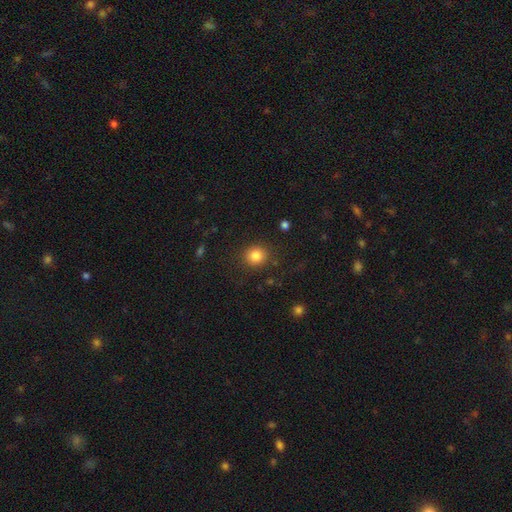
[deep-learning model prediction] A smooth galaxy with no disk features (84%) that is round (86%).

Vote fractions:
- Smooth or featured? smooth: 84% / star or artifact: 11% / featured or disk: 6%
- How rounded? round: 86% / in between: 13% / cigar-shaped: 1%
- Merging? none: 87% / minor disturbance: 8% / major disturbance: 3% / merger: 2%